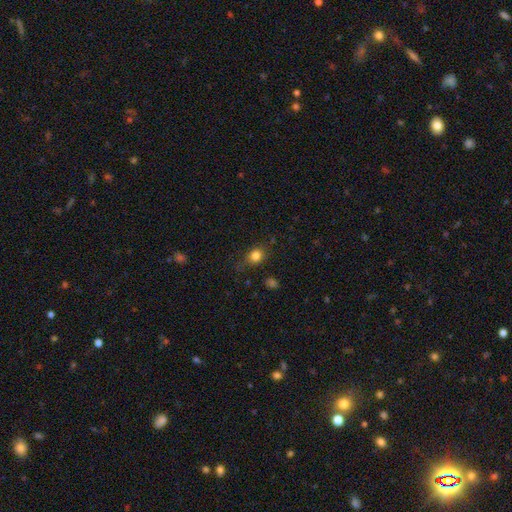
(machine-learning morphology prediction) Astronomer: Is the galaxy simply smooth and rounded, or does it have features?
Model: smooth — 82%.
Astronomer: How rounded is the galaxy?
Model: round — 61% (runner-up: in between, 37%).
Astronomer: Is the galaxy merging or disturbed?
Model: none — 75%.